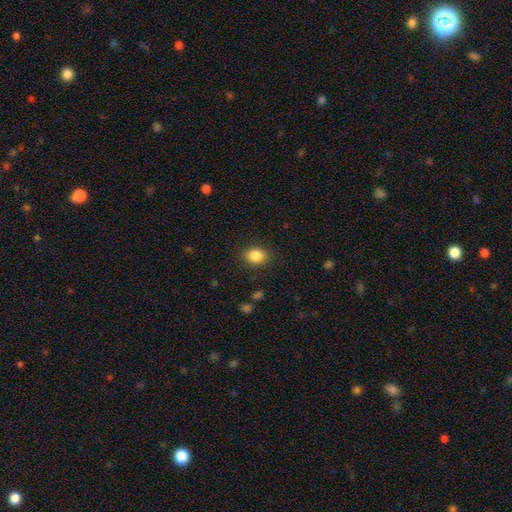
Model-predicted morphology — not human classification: type=smooth (87%); roundness=in between (60%); merging=none (87%).